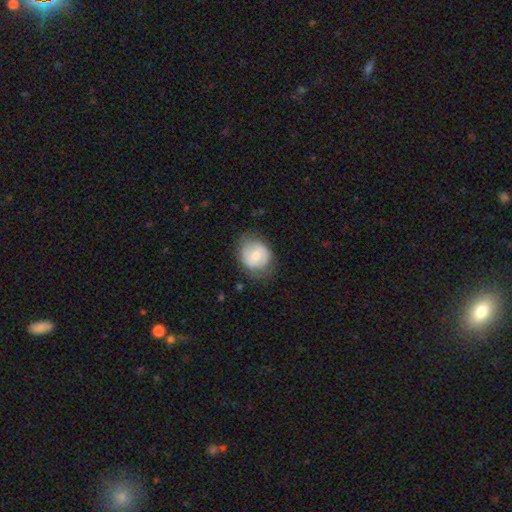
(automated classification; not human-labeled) smooth 58%, featured or disk 36%, star or artifact 7%. Down the decision tree: how rounded — round (73%); merging — none (71%).